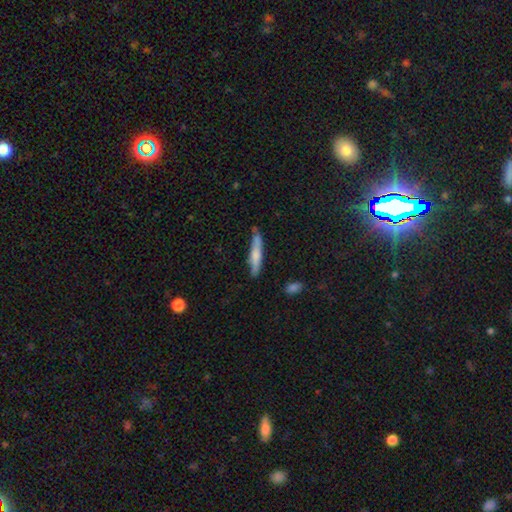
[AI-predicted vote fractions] Smooth or featured?
  - smooth: 65% *
  - featured or disk: 29%
  - star or artifact: 5%
How rounded?
  - cigar-shaped: 89% *
  - in between: 9%
  - round: 1%
Merging?
  - none: 75% *
  - minor disturbance: 19%
  - major disturbance: 3%
  - merger: 3%